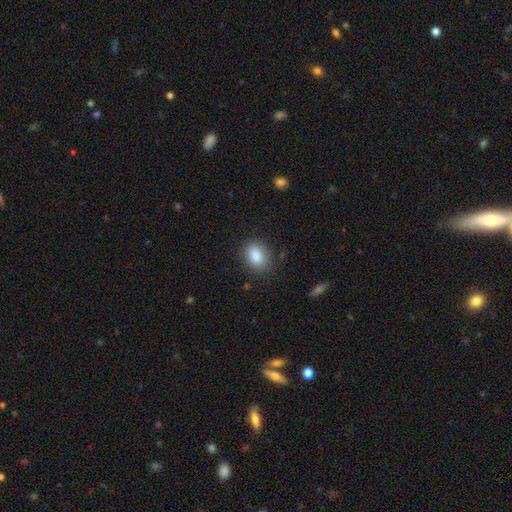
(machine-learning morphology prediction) A smooth galaxy with no disk features (86%) that is in between round and cigar-shaped (67%). Merging: none (85%).